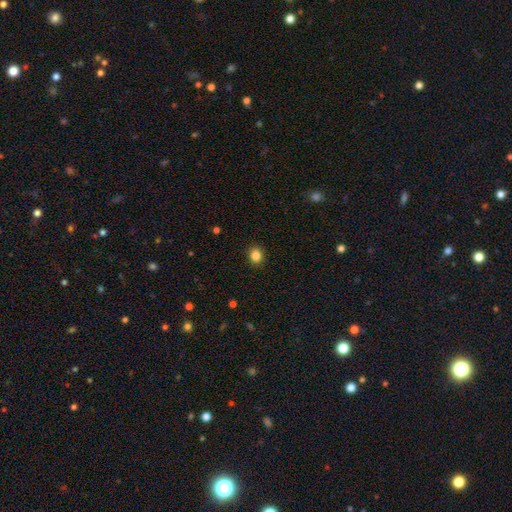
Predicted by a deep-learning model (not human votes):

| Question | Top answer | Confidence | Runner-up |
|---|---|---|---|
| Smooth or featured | smooth | 85% | star or artifact (11%) |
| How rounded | round | 69% | in between (30%) |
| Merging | none | 90% | minor disturbance (7%) |